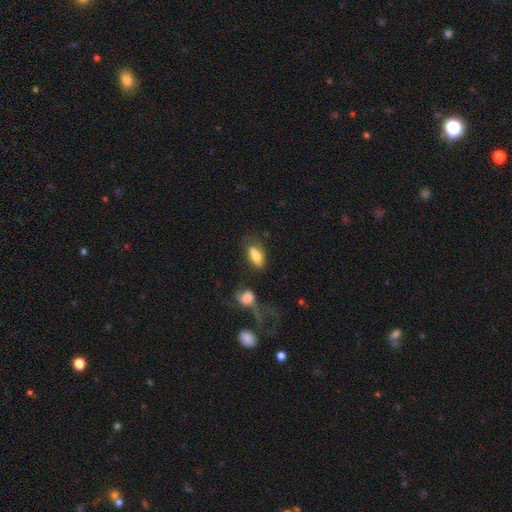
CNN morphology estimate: Overall: smooth (80%). How rounded: in between (84%). Merging: none (61%).